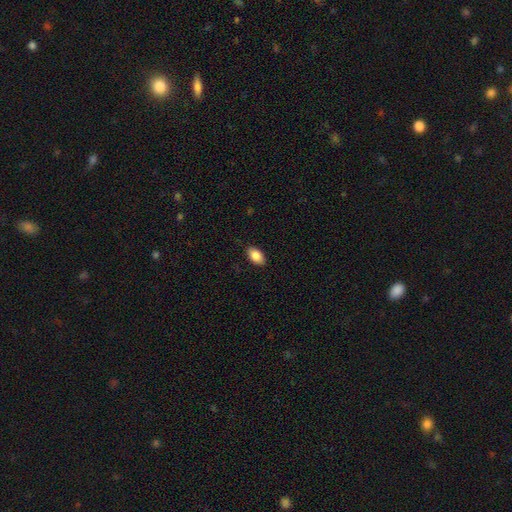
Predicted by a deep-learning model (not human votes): Morphology: type=smooth (86%); roundness=in between (92%); merging=none (87%).